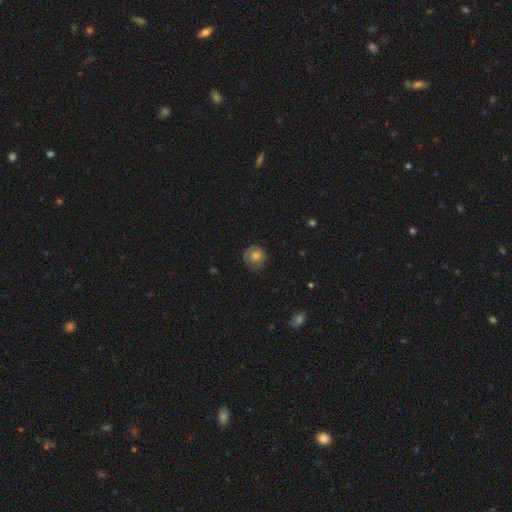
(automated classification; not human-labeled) This appears to be a smooth galaxy with no disk features (72%) that is round (88%). Merging: none (63%).